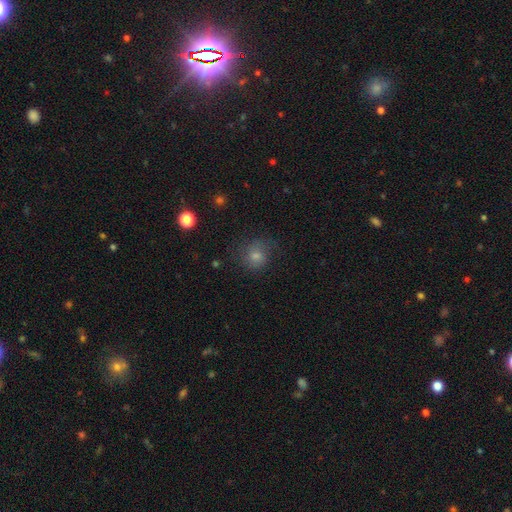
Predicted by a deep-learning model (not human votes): Smooth or featured: smooth — 57% (featured or disk — 23%)
How rounded: round — 82% (in between — 16%)
Merging: none — 69% (minor disturbance — 19%)